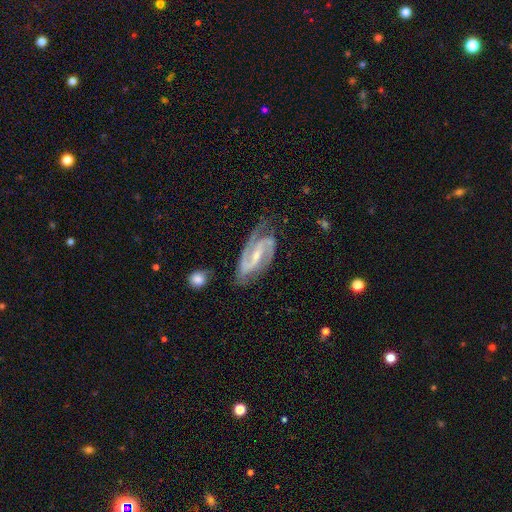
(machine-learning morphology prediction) smooth_or_featured: featured or disk (p=0.91) [alt: star or artifact p=0.04]
disk_edge_on: no (p=0.96) [alt: yes p=0.04]
bar: strong (p=0.49) [alt: weak p=0.35]
has_spiral_arms: yes (p=0.98) [alt: no p=0.02]
spiral_winding: medium (p=0.52) [alt: tight p=0.33]
spiral_arm_count: 2 (p=0.91) [alt: 3 p=0.03]
bulge_size: small (p=0.65) [alt: moderate p=0.30]
merging: none (p=0.72) [alt: minor disturbance p=0.19]